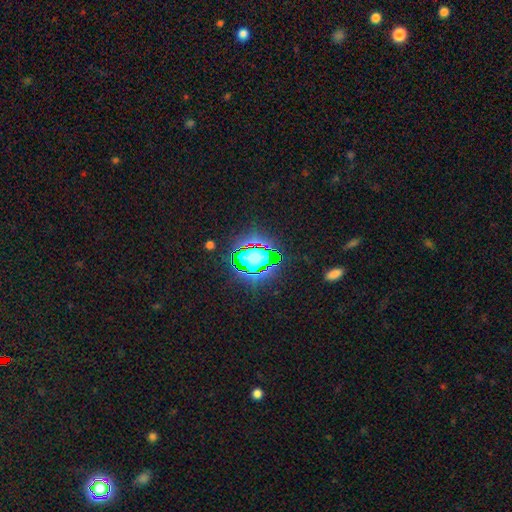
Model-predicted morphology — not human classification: This appears to be a star or artifact, not a galaxy (64%).